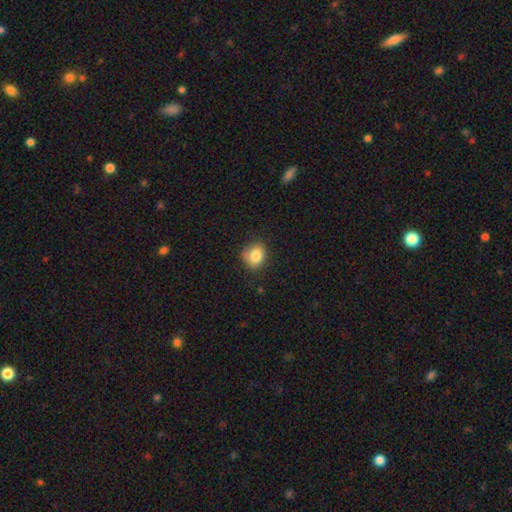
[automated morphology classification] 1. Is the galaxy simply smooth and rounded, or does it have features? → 84% smooth, 9% star or artifact, 7% featured or disk.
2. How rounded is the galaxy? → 58% round, 41% in between, 1% cigar-shaped.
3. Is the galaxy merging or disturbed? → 73% none, 21% minor disturbance, 4% major disturbance, 2% merger.